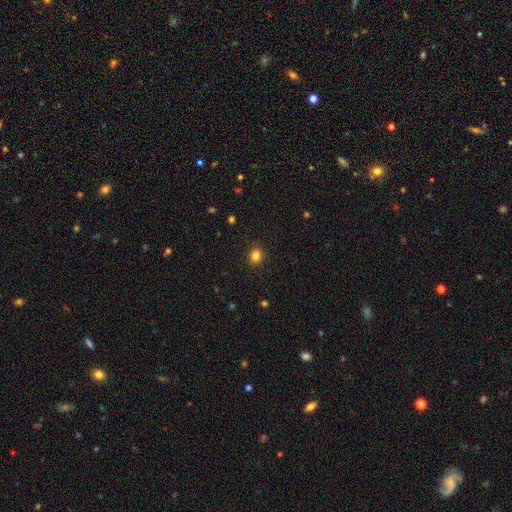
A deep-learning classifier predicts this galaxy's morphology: smooth 83%, star or artifact 12%, featured or disk 5%. Down the decision tree: how rounded — round (77%); merging — none (91%).